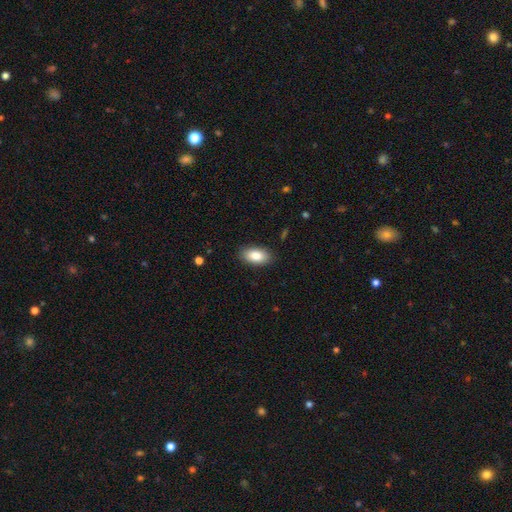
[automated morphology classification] Smooth or featured? Predicted: smooth (p=0.86). How rounded? Predicted: in between (p=0.93). Merging? Predicted: none (p=0.88).